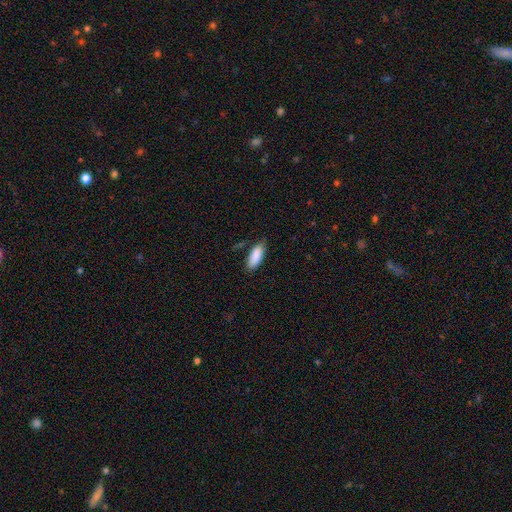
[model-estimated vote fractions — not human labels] Smooth or featured? smooth (89%)
How rounded? in between (77%)
Merging? none (77%)